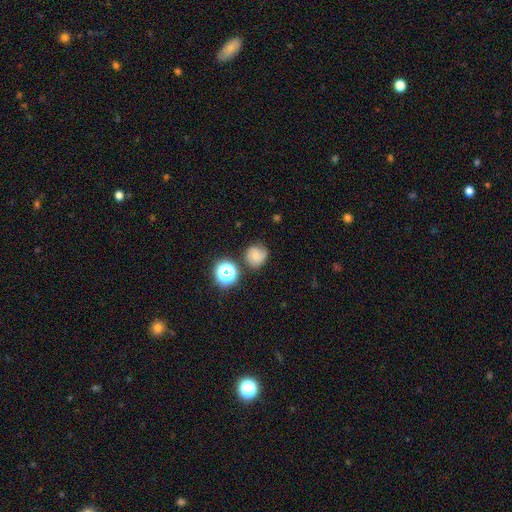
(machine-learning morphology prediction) Smooth or featured? Predicted: smooth (p=0.55). How rounded? Predicted: round (p=0.84). Merging? Predicted: none (p=0.65).